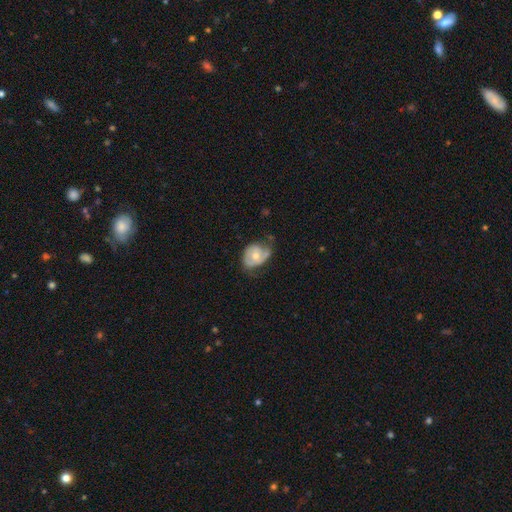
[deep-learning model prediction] Overall: featured or disk (51%; smooth 42%). Edge-on disk: no (95%). Merging: minor disturbance (40%; none 37%).